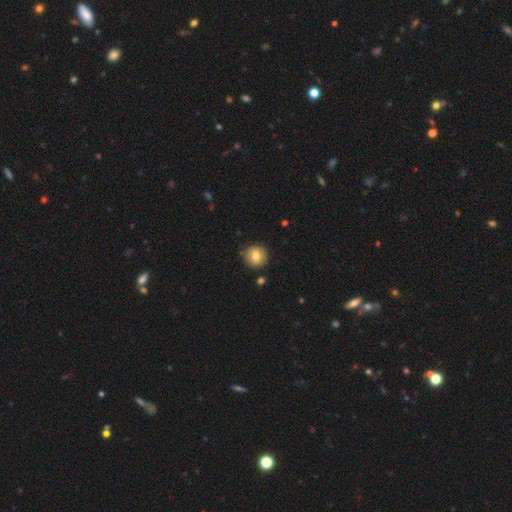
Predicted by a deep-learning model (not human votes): This is likely a smooth galaxy (77%). How rounded: clearly round (89%). Merging: clearly none (84%).